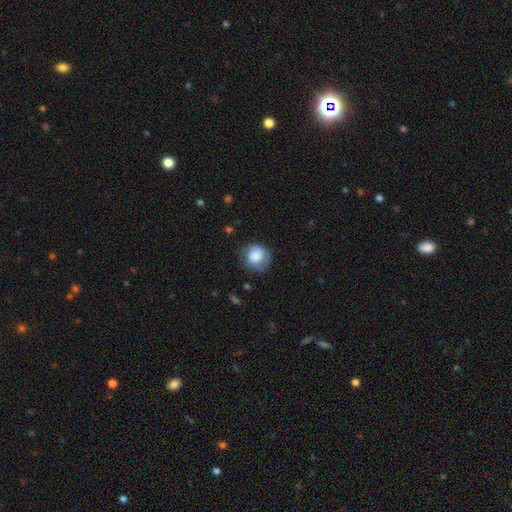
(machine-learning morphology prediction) A smooth galaxy with no disk features (73%) that is round (82%). Merging: none (61%).